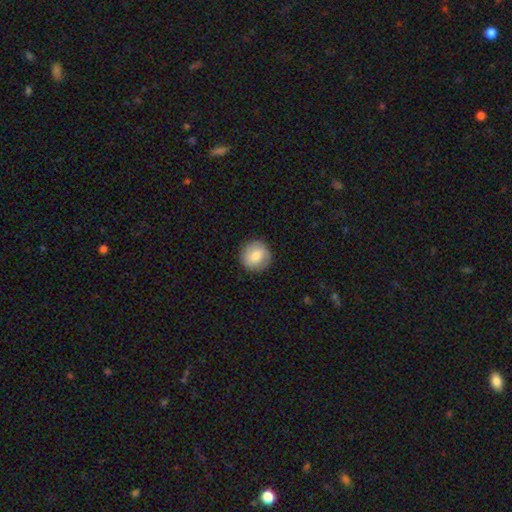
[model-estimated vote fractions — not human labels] This is likely a smooth galaxy (75%). How rounded: clearly round (92%). Merging: clearly none (89%).